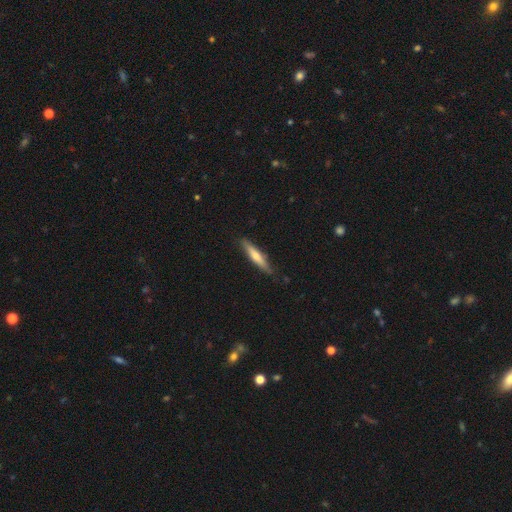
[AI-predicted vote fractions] Smooth or featured: smooth — 51% (featured or disk — 43%)
How rounded: cigar-shaped — 90% (in between — 9%)
Merging: none — 86% (minor disturbance — 11%)